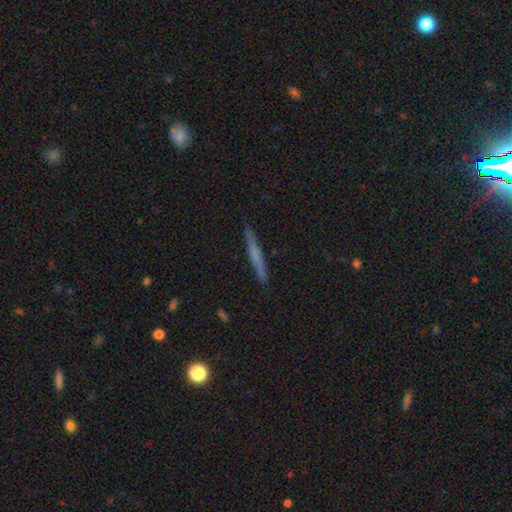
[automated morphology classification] Smooth or featured? Predicted: smooth (p=0.50). Merging? Predicted: none (p=0.90).